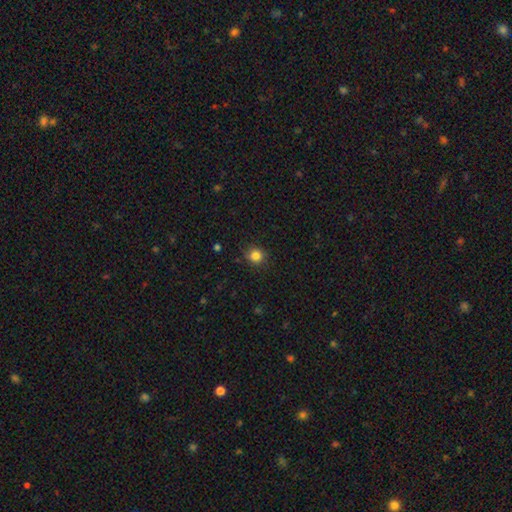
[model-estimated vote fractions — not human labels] smooth 84%, star or artifact 12%, featured or disk 5%. Down the decision tree: how rounded — round (88%); merging — none (87%).